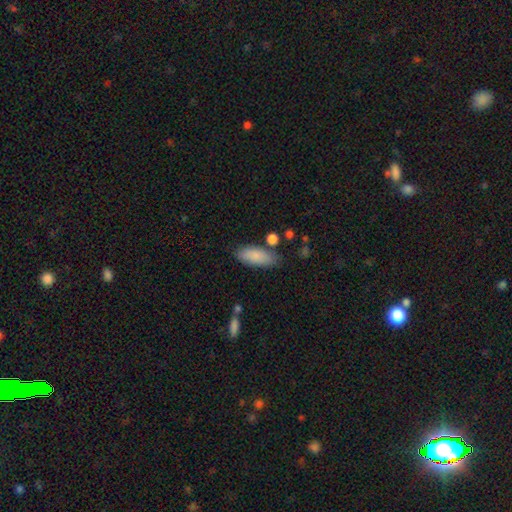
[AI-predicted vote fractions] smooth-or-featured: smooth: 86% | featured or disk: 8% | star or artifact: 6%
  how-rounded: in between: 81% | cigar-shaped: 16% | round: 2%
  merging: none: 75% | minor disturbance: 16% | merger: 5% | major disturbance: 4%